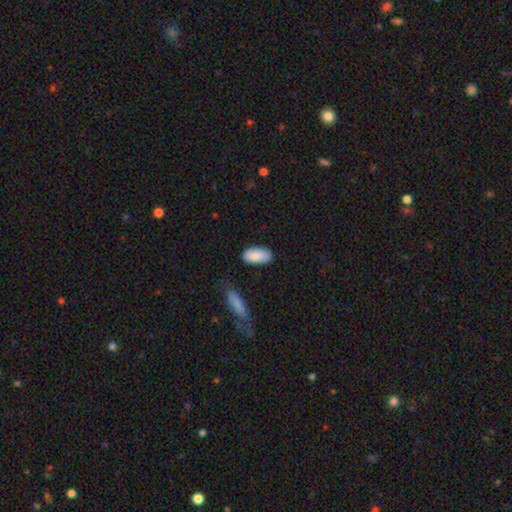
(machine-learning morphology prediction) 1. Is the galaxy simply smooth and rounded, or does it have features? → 87% smooth, 7% featured or disk, 6% star or artifact.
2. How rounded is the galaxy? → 93% in between, 5% cigar-shaped, 2% round.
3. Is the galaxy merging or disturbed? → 78% none, 16% minor disturbance, 3% major disturbance, 3% merger.